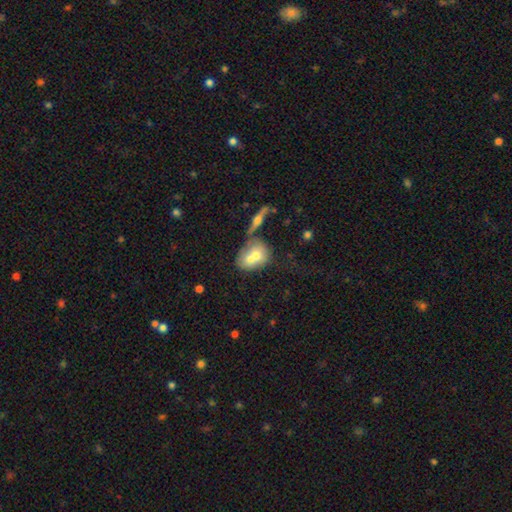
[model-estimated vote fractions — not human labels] A smooth galaxy with no disk features (62%) that is in between round and cigar-shaped (60%).

Vote fractions:
- Smooth or featured? smooth: 62% / featured or disk: 30% / star or artifact: 8%
- How rounded? in between: 60% / round: 37% / cigar-shaped: 3%
- Merging? merger: 59% / none: 27% / minor disturbance: 9% / major disturbance: 4%